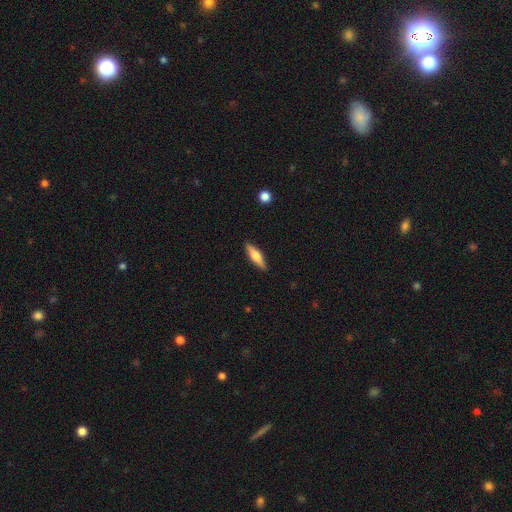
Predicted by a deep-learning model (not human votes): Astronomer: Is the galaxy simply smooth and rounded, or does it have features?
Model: smooth — 53% (runner-up: featured or disk, 41%).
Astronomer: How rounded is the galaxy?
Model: cigar-shaped — 64%.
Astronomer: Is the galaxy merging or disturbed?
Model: none — 89%.